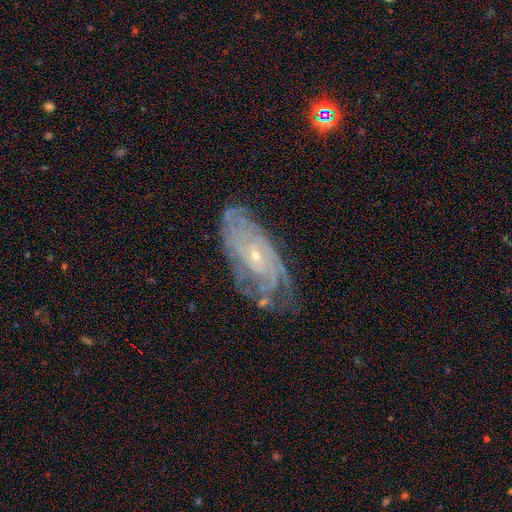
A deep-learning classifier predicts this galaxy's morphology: smooth_or_featured: featured or disk (p=0.83) [alt: smooth p=0.09]
disk_edge_on: no (p=0.93) [alt: yes p=0.07]
bar: no (p=0.68) [alt: weak p=0.25]
has_spiral_arms: yes (p=0.94) [alt: no p=0.06]
spiral_winding: tight (p=0.72) [alt: medium p=0.23]
spiral_arm_count: can't tell (p=0.41) [alt: 4 p=0.16]
bulge_size: small (p=0.79) [alt: moderate p=0.18]
merging: none (p=0.63) [alt: minor disturbance p=0.24]